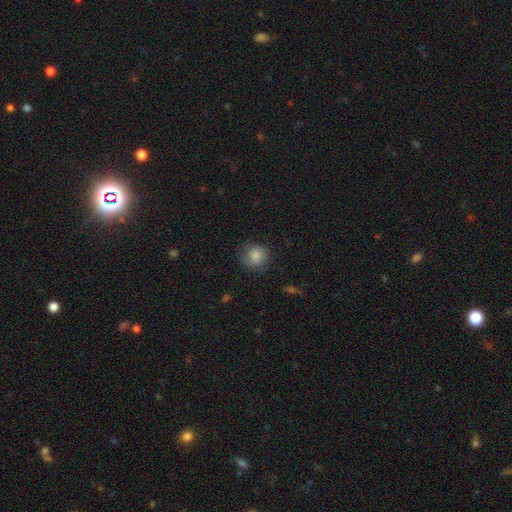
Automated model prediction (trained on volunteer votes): Overall: smooth (84%). How rounded: round (86%). Merging: none (75%).